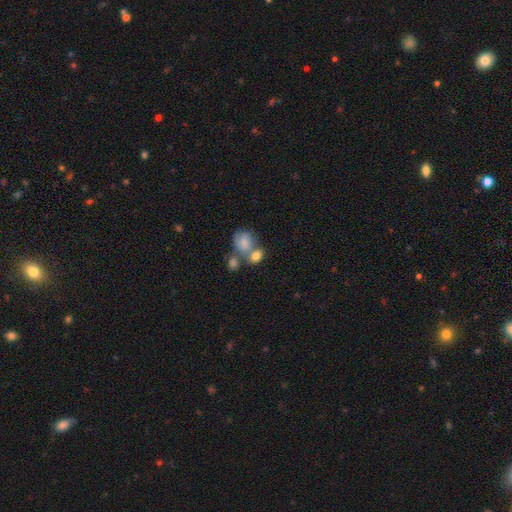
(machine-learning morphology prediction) Smooth or featured: smooth — 77% (featured or disk — 14%)
How rounded: in between — 60% (round — 39%)
Merging: merger — 49% (none — 34%)